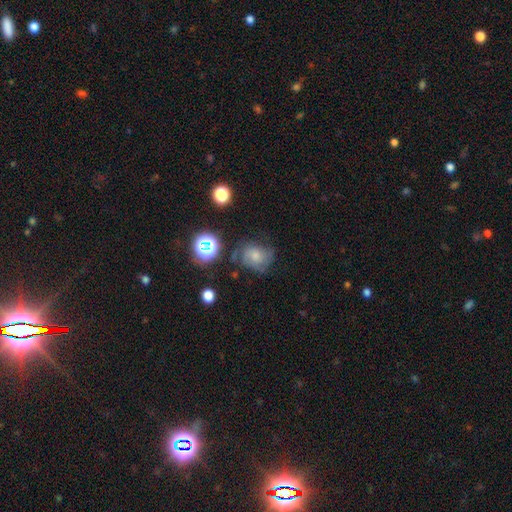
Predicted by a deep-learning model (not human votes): Smooth or featured: featured or disk — 40% (smooth — 37%)
Merging: none — 63% (minor disturbance — 23%)